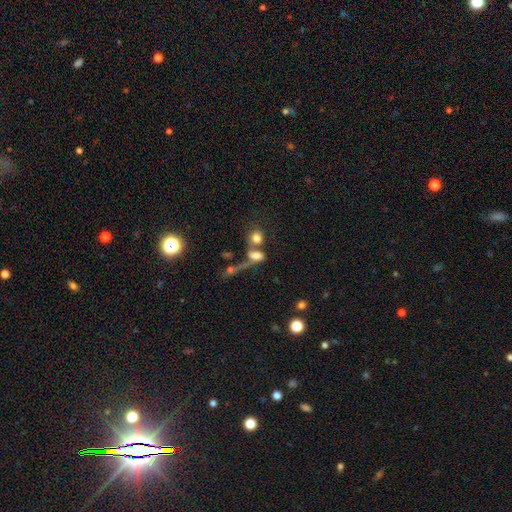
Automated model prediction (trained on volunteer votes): smooth_or_featured: smooth (p=0.66) [alt: featured or disk p=0.19]
how_rounded: in between (p=0.65) [alt: round p=0.26]
merging: merger (p=0.51) [alt: none p=0.26]